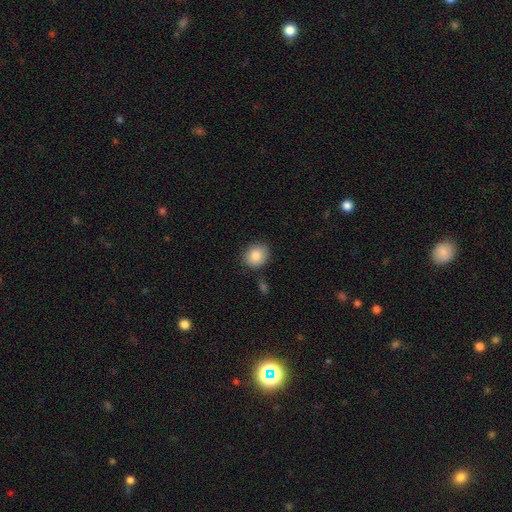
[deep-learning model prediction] A smooth galaxy with no disk features (85%) that is round (63%). Merging: none (80%).